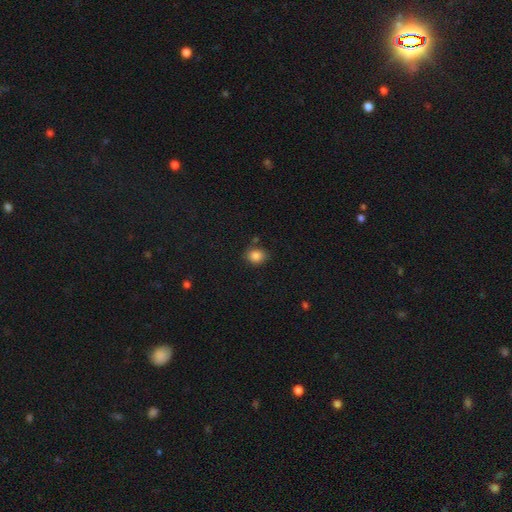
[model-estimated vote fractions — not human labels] smooth_or_featured: smooth (p=0.85) [alt: star or artifact p=0.10]
how_rounded: round (p=0.53) [alt: in between p=0.46]
merging: none (p=0.77) [alt: minor disturbance p=0.14]